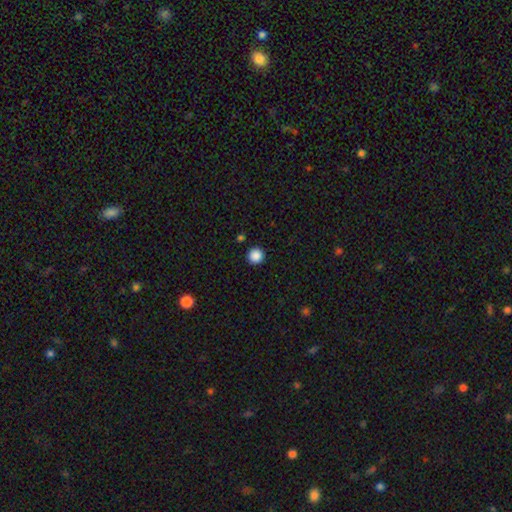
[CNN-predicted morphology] Overall: smooth (88%). How rounded: round (96%). Merging: none (93%).